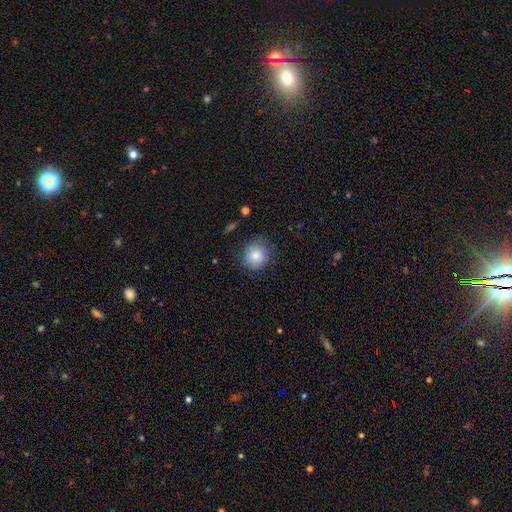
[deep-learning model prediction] This is clearly a smooth galaxy (83%). How rounded: clearly round (82%). Merging: likely none (75%).